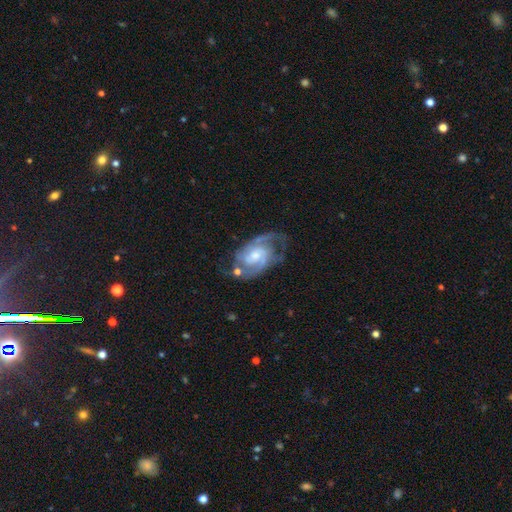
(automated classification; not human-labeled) Smooth or featured? Predicted: featured or disk (p=0.87). Edge-on disk? Predicted: no (p=0.97). Bar? Predicted: no (p=0.52). Spiral arms? Predicted: yes (p=0.96). Spiral winding? Predicted: medium (p=0.48). Spiral arm count? Predicted: 2 (p=0.65). Bulge size? Predicted: moderate (p=0.53). Merging? Predicted: none (p=0.57).